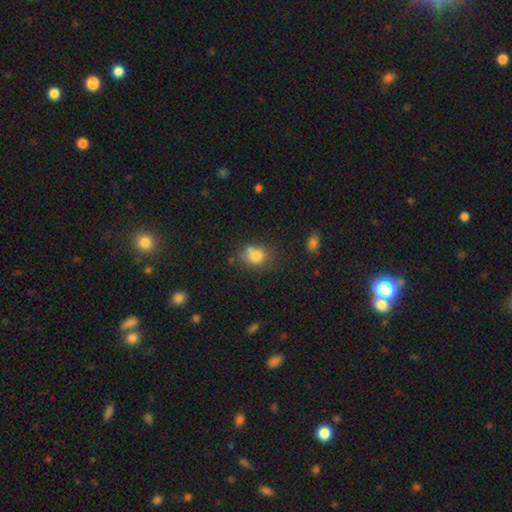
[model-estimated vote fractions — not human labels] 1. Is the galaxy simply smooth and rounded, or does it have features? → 78% smooth, 11% star or artifact, 11% featured or disk.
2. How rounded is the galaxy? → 55% round, 44% in between, 1% cigar-shaped.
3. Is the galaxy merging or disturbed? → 52% none, 21% minor disturbance, 19% merger, 8% major disturbance.